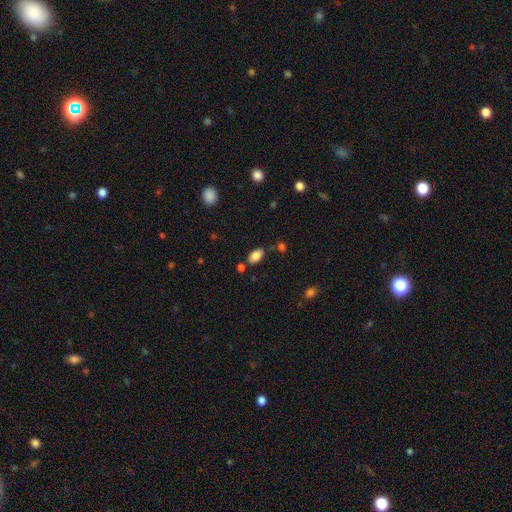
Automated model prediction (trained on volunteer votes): Smooth or featured?
  - smooth: 85% *
  - star or artifact: 9%
  - featured or disk: 6%
How rounded?
  - in between: 93% *
  - round: 5%
  - cigar-shaped: 2%
Merging?
  - none: 72% *
  - minor disturbance: 14%
  - merger: 9%
  - major disturbance: 4%